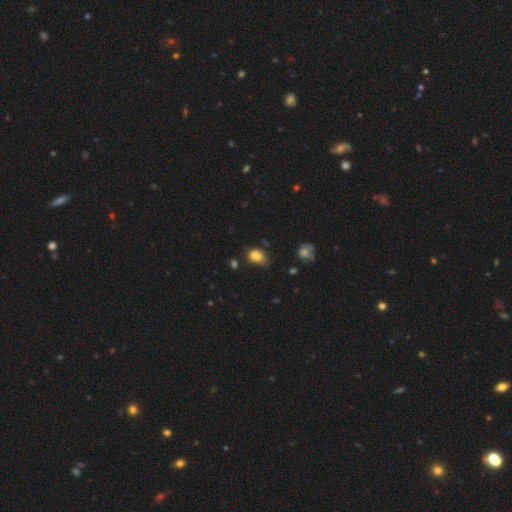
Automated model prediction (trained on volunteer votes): A smooth galaxy with no disk features (82%) that is in between round and cigar-shaped (75%).

Vote fractions:
- Smooth or featured? smooth: 82% / star or artifact: 11% / featured or disk: 8%
- How rounded? in between: 75% / round: 23% / cigar-shaped: 1%
- Merging? none: 49% / minor disturbance: 37% / major disturbance: 10% / merger: 4%